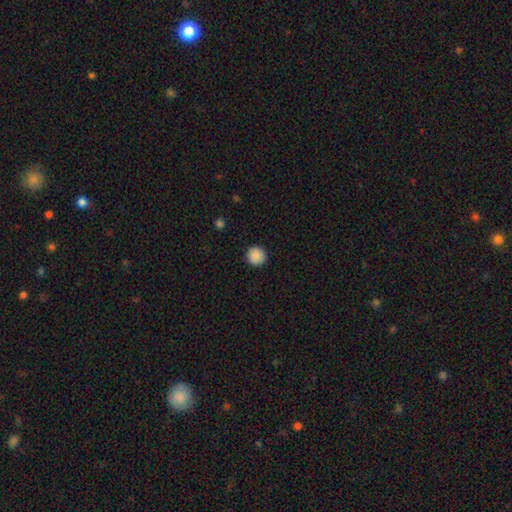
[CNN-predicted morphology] smooth 89%, star or artifact 8%, featured or disk 2%. Down the decision tree: how rounded — round (96%); merging — none (92%).